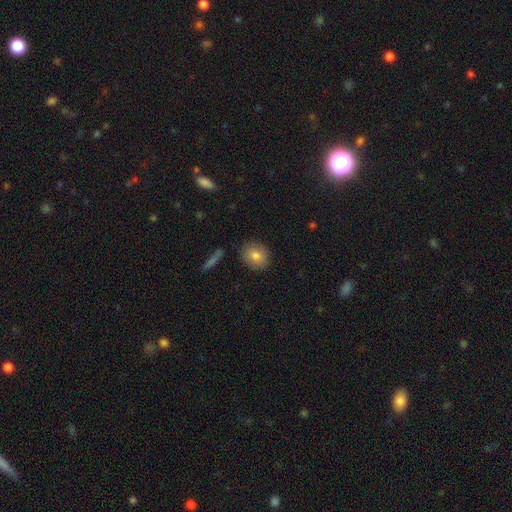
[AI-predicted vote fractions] Smooth or featured: smooth — 81% (featured or disk — 11%)
How rounded: round — 59% (in between — 39%)
Merging: none — 87% (minor disturbance — 9%)